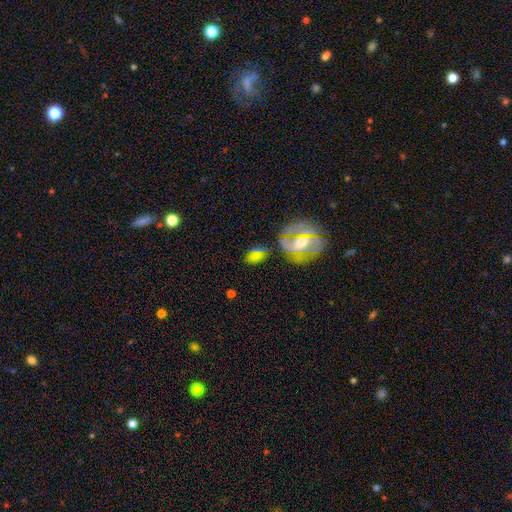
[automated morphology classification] Smooth or featured? smooth (59%)
How rounded? in between (82%)
Merging? none (60%)